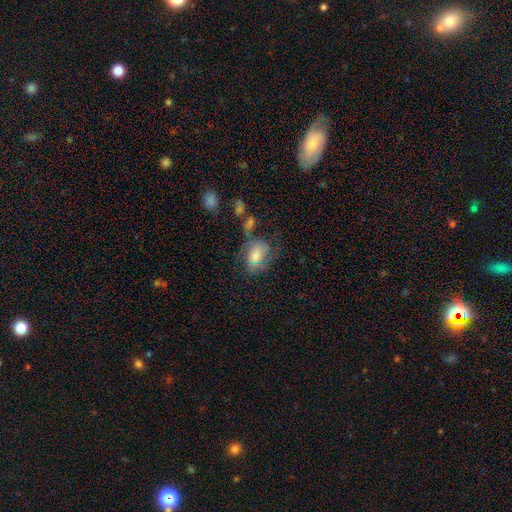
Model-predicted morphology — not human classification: smooth_or_featured: smooth (p=0.57) [alt: featured or disk p=0.32]
how_rounded: in between (p=0.77) [alt: round p=0.21]
merging: none (p=0.45) [alt: minor disturbance p=0.25]